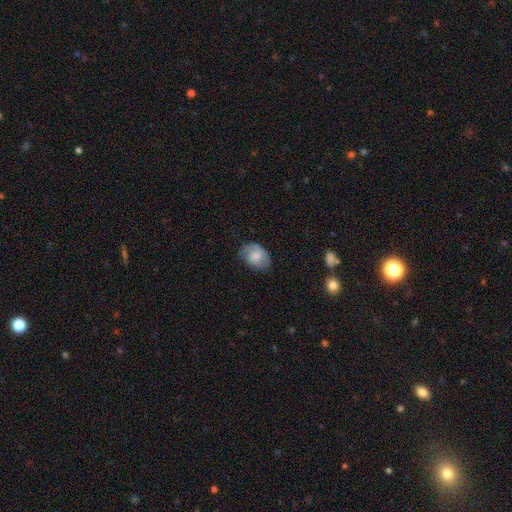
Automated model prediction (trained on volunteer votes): Overall: smooth (69%). How rounded: in between (75%). Merging: none (64%; minor disturbance 26%).